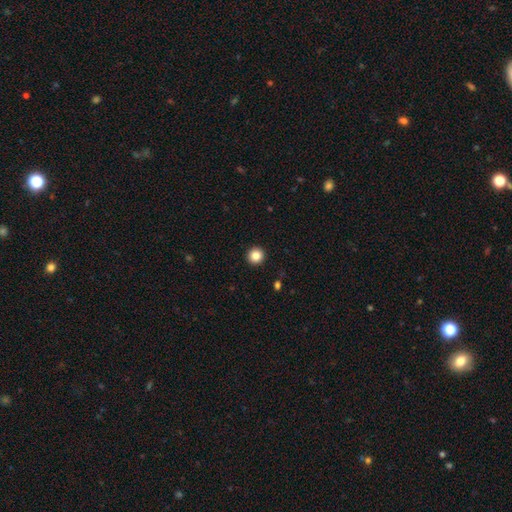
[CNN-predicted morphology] The model was most divided on "smooth or featured": smooth: 85%, star or artifact: 11%, featured or disk: 5%. More confident: how rounded — round (96%); merging — none (94%).